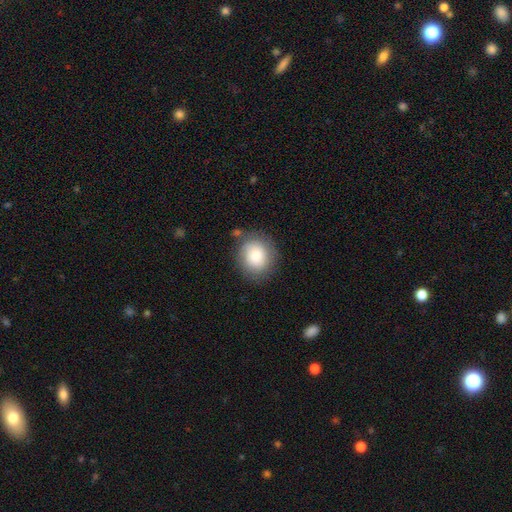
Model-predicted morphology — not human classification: smooth-or-featured: smooth: 81% | featured or disk: 11% | star or artifact: 7%
  how-rounded: round: 78% | in between: 21% | cigar-shaped: 1%
  merging: none: 78% | minor disturbance: 14% | major disturbance: 5% | merger: 3%